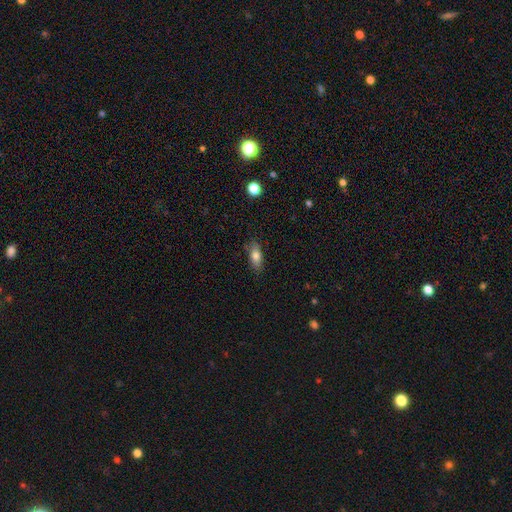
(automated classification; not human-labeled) smooth_or_featured: smooth (p=0.78) [alt: featured or disk p=0.14]
how_rounded: in between (p=0.81) [alt: cigar-shaped p=0.15]
merging: none (p=0.81) [alt: minor disturbance p=0.15]